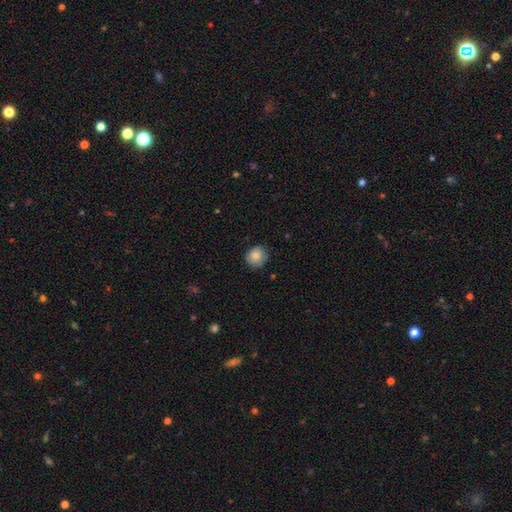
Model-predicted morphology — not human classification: Q: Smooth or featured?
A: smooth (83%); runner-up: star or artifact (8%)
Q: How rounded?
A: round (81%); runner-up: in between (18%)
Q: Merging?
A: none (77%); runner-up: minor disturbance (19%)